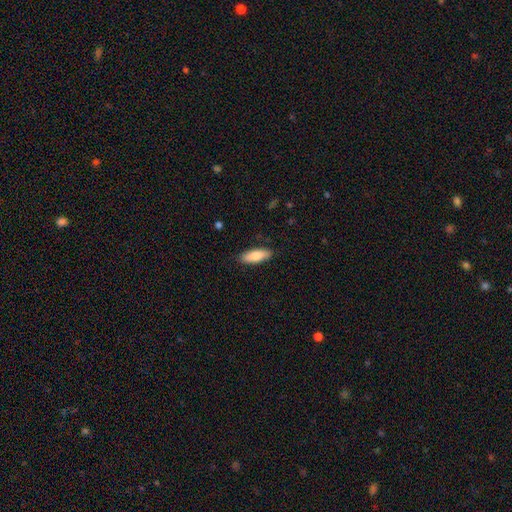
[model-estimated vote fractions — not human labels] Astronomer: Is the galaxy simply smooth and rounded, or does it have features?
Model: smooth — 80%.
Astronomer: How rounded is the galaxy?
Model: in between — 64%.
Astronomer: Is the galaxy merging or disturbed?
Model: none — 87%.